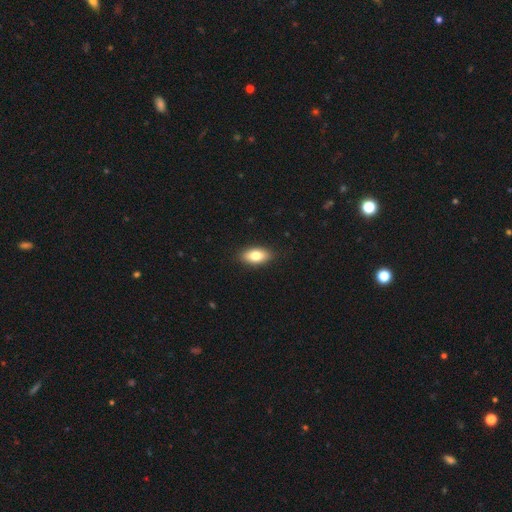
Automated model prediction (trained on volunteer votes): Morphology: type=smooth (80%); roundness=in between (90%); merging=none (89%).